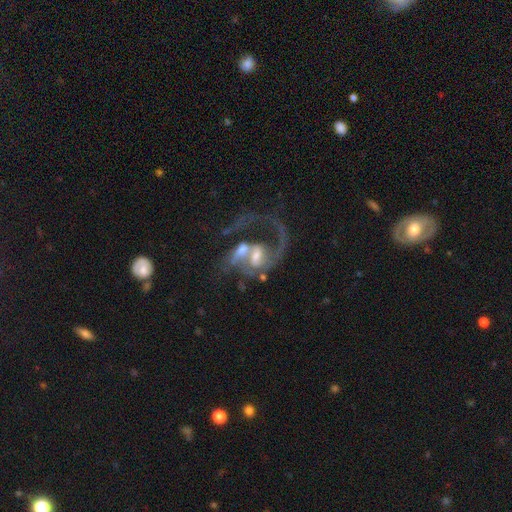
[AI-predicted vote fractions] This is clearly a featured or disk galaxy (82%). It is clearly not viewed edge-on (97%). Bar: marginally weak (43%). Spiral arm pattern: clearly yes (86%). Spiral arm count: marginally 1 (44%). Spiral winding: possibly loose (48%). Central bulge: possibly moderate (50%). Merging: possibly merger (54%).